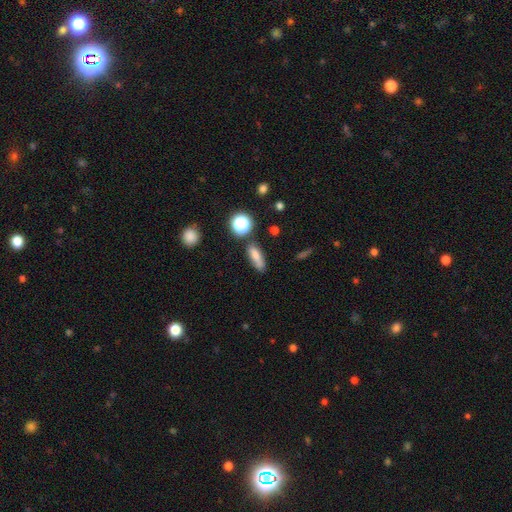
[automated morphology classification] Smooth or featured? Predicted: smooth (p=0.76). How rounded? Predicted: in between (p=0.47). Merging? Predicted: none (p=0.68).